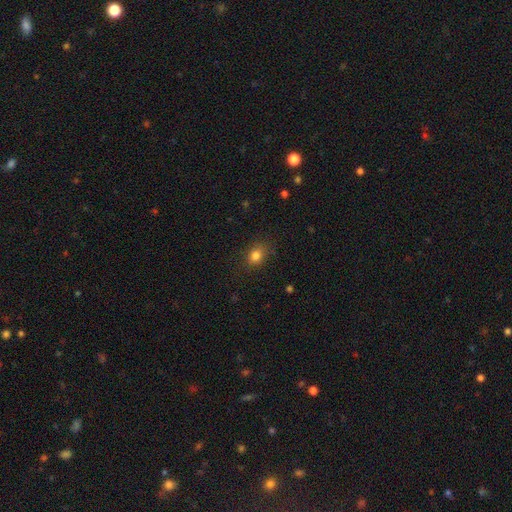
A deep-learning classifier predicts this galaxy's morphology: smooth_or_featured: smooth (p=0.82) [alt: star or artifact p=0.12]
how_rounded: in between (p=0.50) [alt: round p=0.49]
merging: none (p=0.80) [alt: minor disturbance p=0.14]